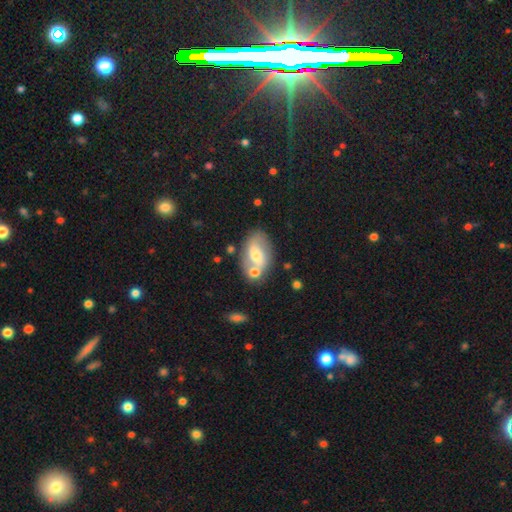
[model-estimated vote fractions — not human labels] Smooth or featured? featured or disk (51%)
Edge-on disk? no (92%)
Merging? none (57%)